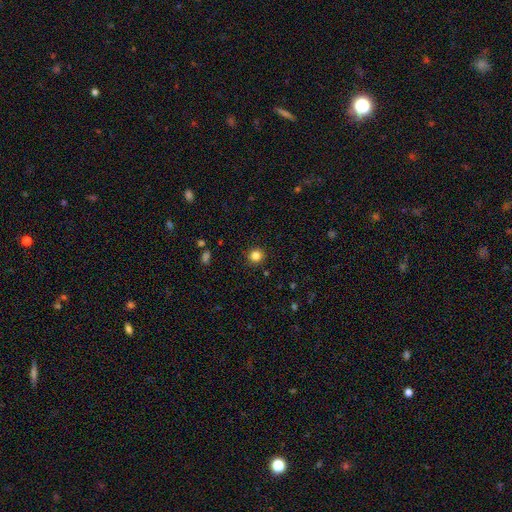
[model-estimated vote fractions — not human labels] smooth_or_featured: smooth (p=0.83) [alt: star or artifact p=0.12]
how_rounded: round (p=0.94) [alt: in between p=0.05]
merging: none (p=0.91) [alt: minor disturbance p=0.06]